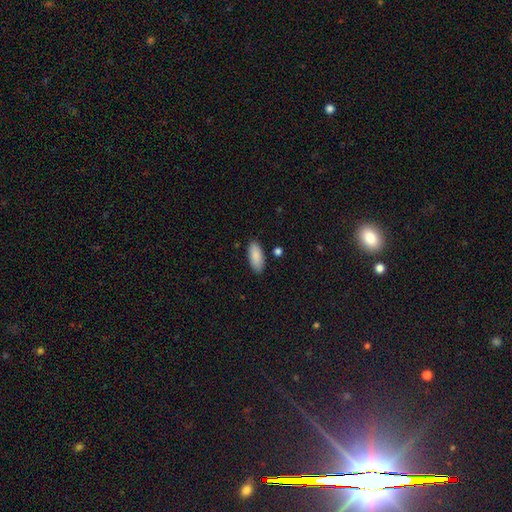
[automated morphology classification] Smooth or featured: smooth — 88% (star or artifact — 6%)
How rounded: in between — 86% (cigar-shaped — 13%)
Merging: none — 85% (minor disturbance — 10%)